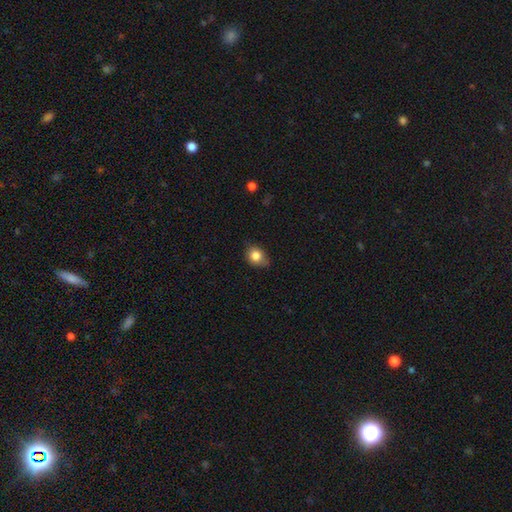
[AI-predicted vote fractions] This appears to be a smooth galaxy with no disk features (82%) that is round (49%, tied with in between). Merging: none (66%).